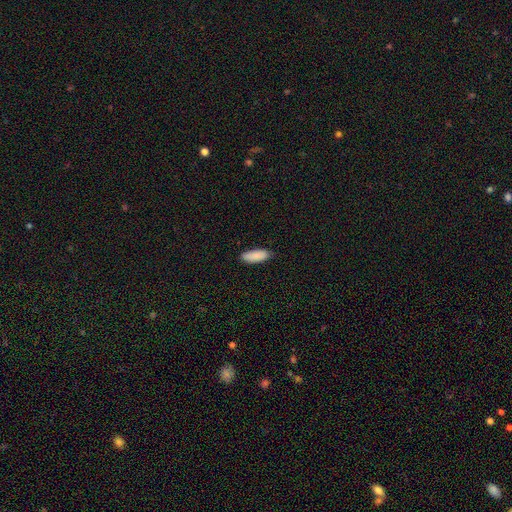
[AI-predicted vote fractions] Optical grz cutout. It shows a smooth galaxy with no disk features (89%) that is in between round and cigar-shaped (78%). Merging: none (84%).